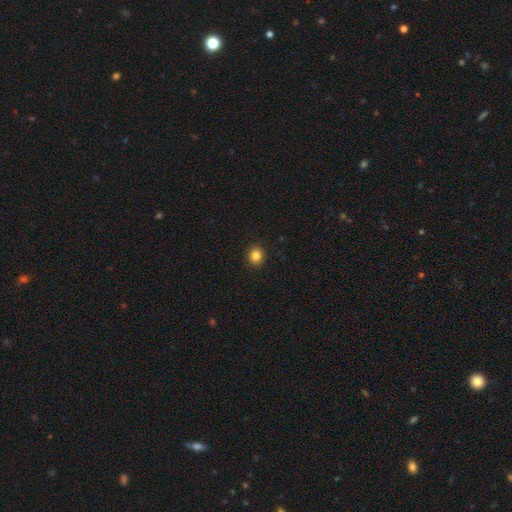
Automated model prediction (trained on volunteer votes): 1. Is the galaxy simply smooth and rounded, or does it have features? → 84% smooth, 11% star or artifact, 4% featured or disk.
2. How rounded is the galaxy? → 84% round, 15% in between, 1% cigar-shaped.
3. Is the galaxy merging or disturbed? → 92% none, 5% minor disturbance, 2% major disturbance, 1% merger.